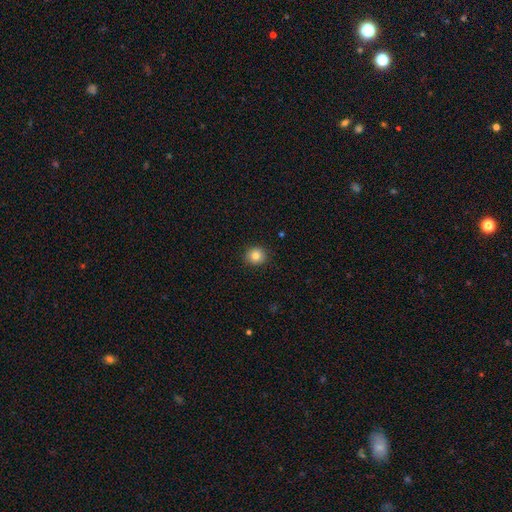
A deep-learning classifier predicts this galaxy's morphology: smooth_or_featured: smooth (p=0.82) [alt: star or artifact p=0.10]
how_rounded: round (p=0.88) [alt: in between p=0.11]
merging: none (p=0.92) [alt: minor disturbance p=0.06]